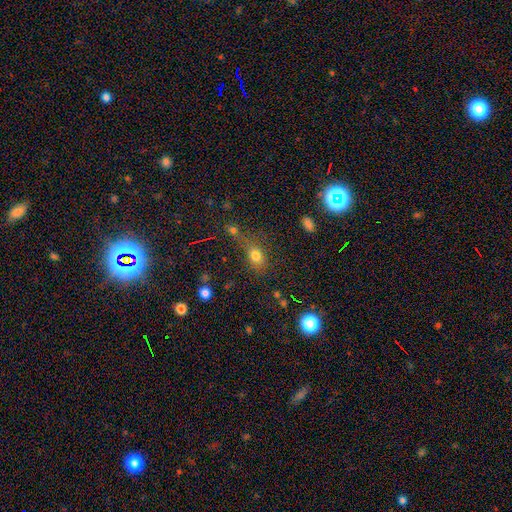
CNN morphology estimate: A smooth galaxy with no disk features (74%) that is in between round and cigar-shaped (63%). Merging: none (53%).